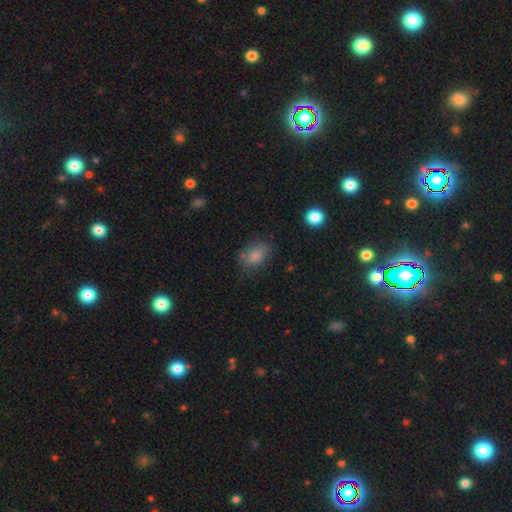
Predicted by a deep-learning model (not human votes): Overall: smooth (81%). How rounded: in between (84%). Merging: none (67%).